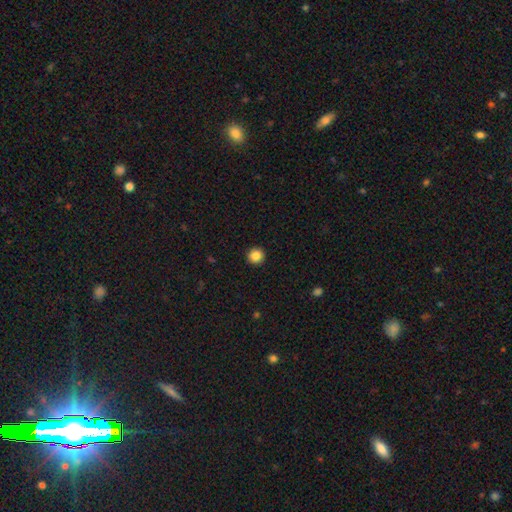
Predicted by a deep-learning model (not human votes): Morphology: type=smooth (86%); roundness=round (96%); merging=none (93%).